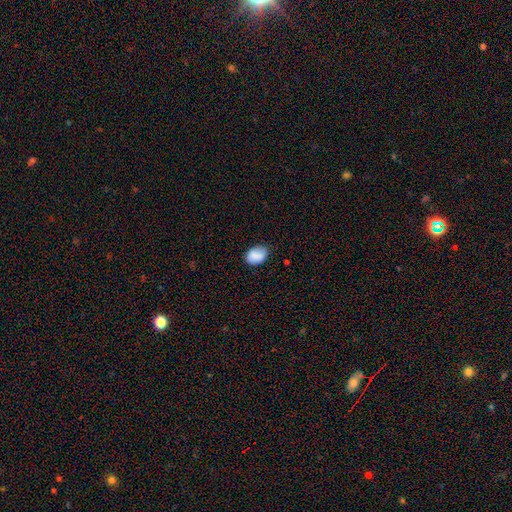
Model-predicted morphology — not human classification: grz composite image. It shows a smooth galaxy with no disk features (84%) that is in between round and cigar-shaped (78%). Merging: none (74%).